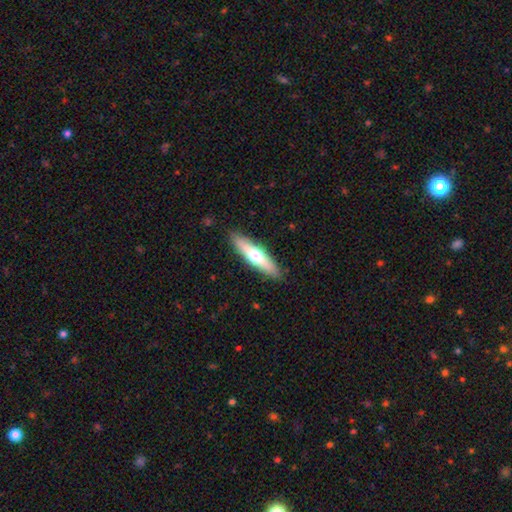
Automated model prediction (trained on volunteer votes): This appears to be a featured or disk galaxy (48%). Merging: none (89%).